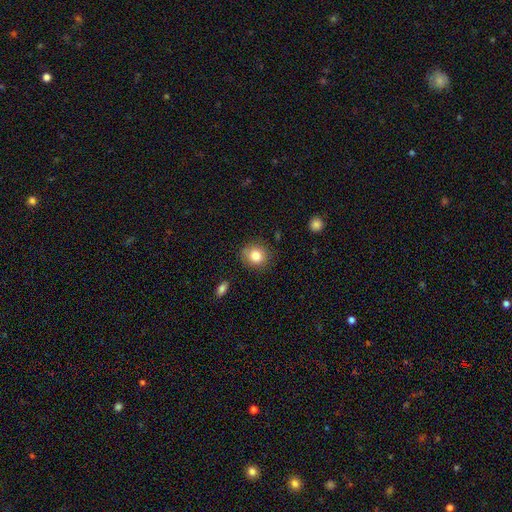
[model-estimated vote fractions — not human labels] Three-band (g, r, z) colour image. It shows a smooth galaxy with no disk features (84%) that is round (82%). Merging: none (81%).